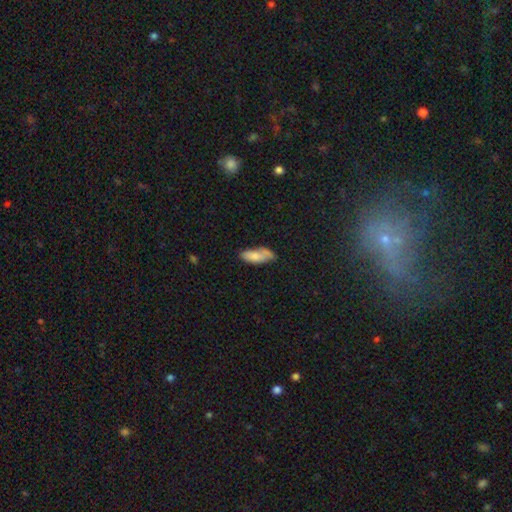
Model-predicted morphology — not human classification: The model was most divided on "merging": none: 50%, minor disturbance: 32%, major disturbance: 10%, merger: 9%. More confident: smooth or featured — smooth (76%); how rounded — in between (75%).